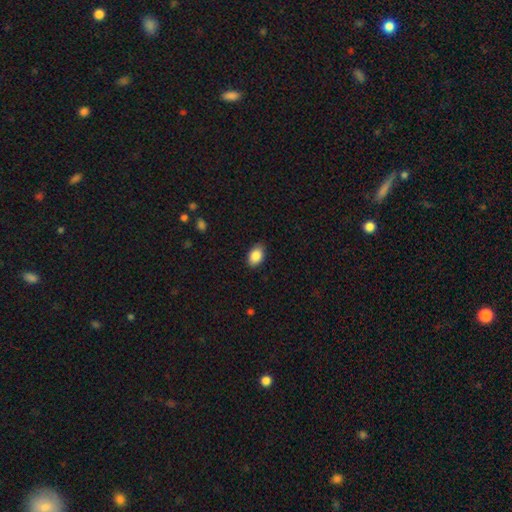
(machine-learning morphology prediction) Overall: smooth (87%). How rounded: in between (88%). Merging: none (86%).